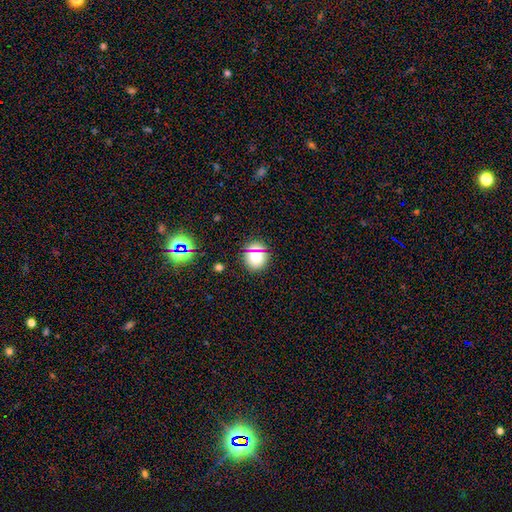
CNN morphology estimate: Q: Smooth or featured?
A: smooth (69%); runner-up: star or artifact (22%)
Q: How rounded?
A: round (88%); runner-up: in between (11%)
Q: Merging?
A: none (87%); runner-up: minor disturbance (8%)